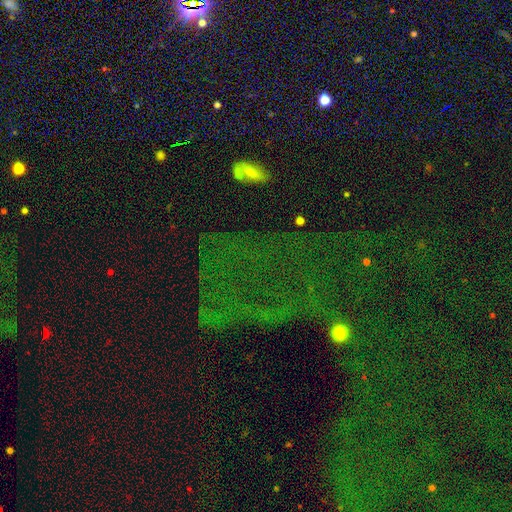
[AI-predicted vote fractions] A star or artifact, not a galaxy (74%).